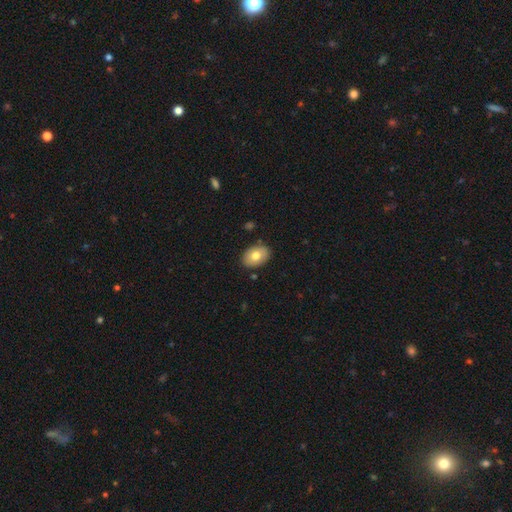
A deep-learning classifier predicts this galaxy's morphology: smooth_or_featured: smooth (p=0.75) [alt: featured or disk p=0.18]
how_rounded: in between (p=0.85) [alt: round p=0.14]
merging: none (p=0.87) [alt: minor disturbance p=0.10]